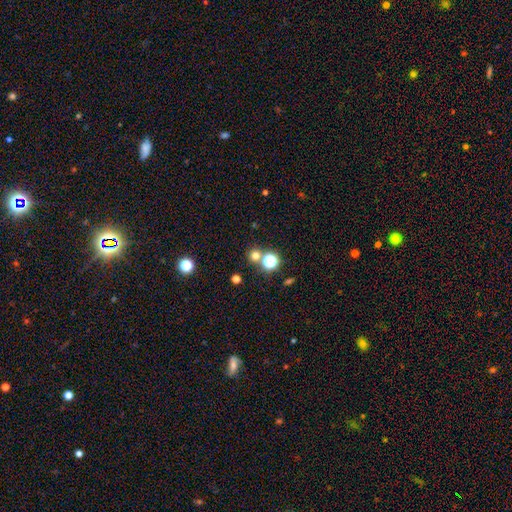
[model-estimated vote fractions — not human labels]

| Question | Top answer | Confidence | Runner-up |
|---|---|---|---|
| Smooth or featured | smooth | 67% | star or artifact (26%) |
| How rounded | round | 91% | in between (8%) |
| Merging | none | 72% | merger (18%) |